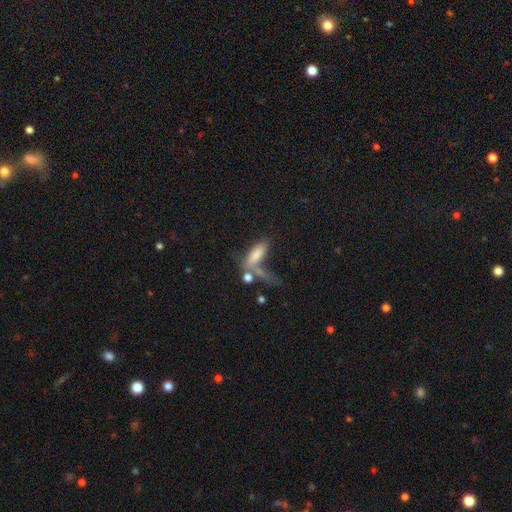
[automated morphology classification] smooth_or_featured: smooth (p=0.73) [alt: featured or disk p=0.18]
how_rounded: in between (p=0.56) [alt: cigar-shaped p=0.41]
merging: merger (p=0.34) [alt: none p=0.31]